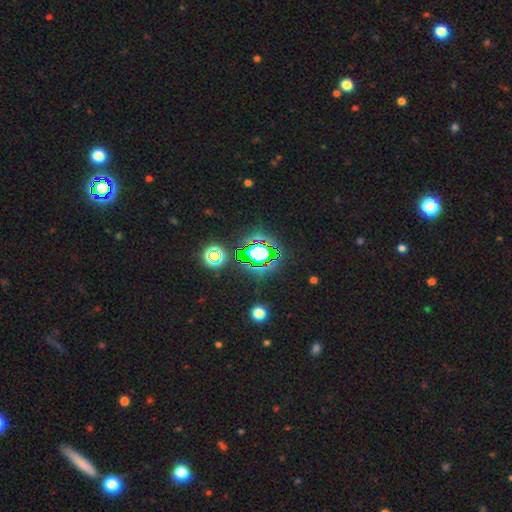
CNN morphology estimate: Overall: star or artifact (68%).